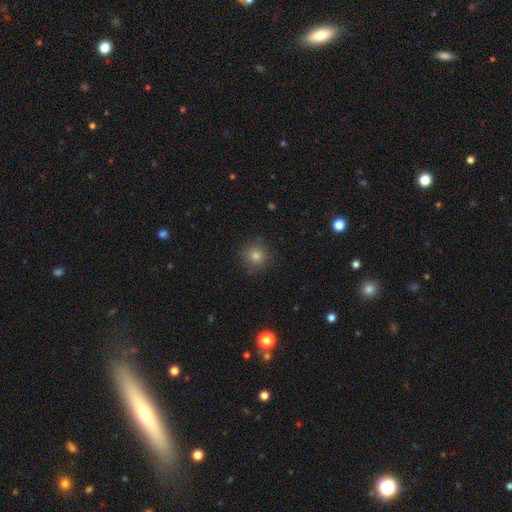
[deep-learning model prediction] This is likely a smooth galaxy (77%). How rounded: clearly round (94%). Merging: clearly none (89%).